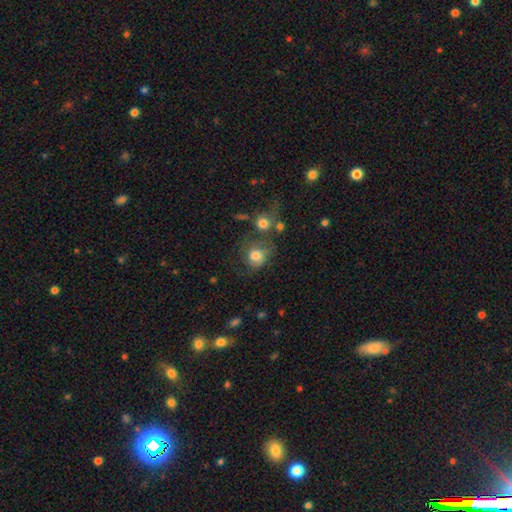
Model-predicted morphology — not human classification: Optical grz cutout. It shows a smooth galaxy with no disk features (70%) that is round (76%). Merging: none (42%).